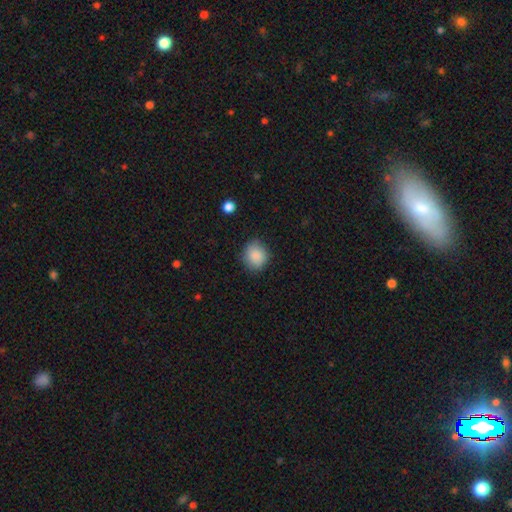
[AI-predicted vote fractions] Smooth or featured?
  - smooth: 88% *
  - star or artifact: 8%
  - featured or disk: 4%
How rounded?
  - round: 80% *
  - in between: 19%
  - cigar-shaped: 1%
Merging?
  - none: 83% *
  - minor disturbance: 13%
  - major disturbance: 3%
  - merger: 1%